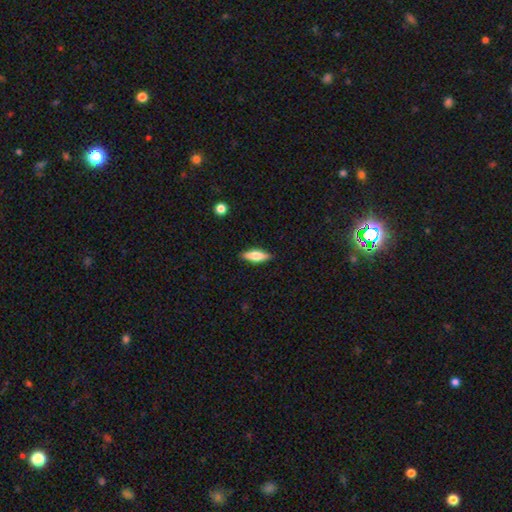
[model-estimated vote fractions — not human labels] The model was most divided on "how rounded": cigar-shaped: 50%, in between: 48%, round: 2%. More confident: merging — none (88%); smooth or featured — smooth (66%).